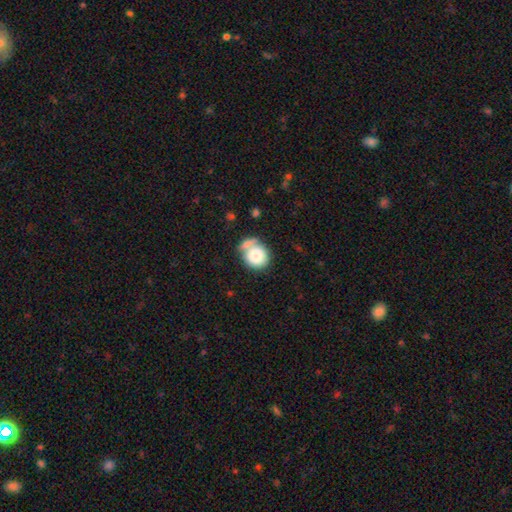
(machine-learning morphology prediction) A smooth galaxy with no disk features (79%) that is round (80%).

Vote fractions:
- Smooth or featured? smooth: 79% / featured or disk: 13% / star or artifact: 8%
- How rounded? round: 80% / in between: 19% / cigar-shaped: 1%
- Merging? none: 44% / merger: 33% / minor disturbance: 15% / major disturbance: 7%